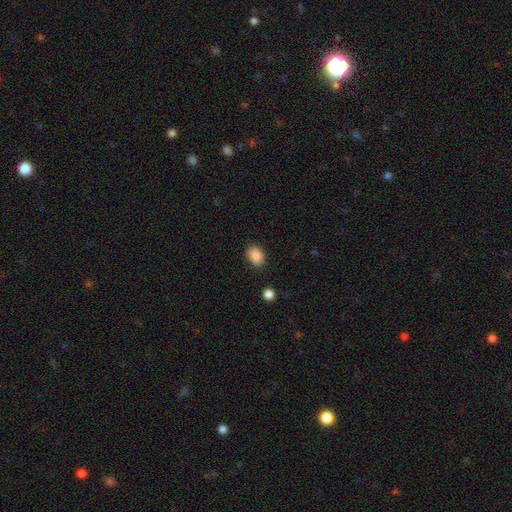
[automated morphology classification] Q: Smooth or featured?
A: smooth (88%); runner-up: star or artifact (8%)
Q: How rounded?
A: in between (68%); runner-up: round (31%)
Q: Merging?
A: none (85%); runner-up: minor disturbance (11%)